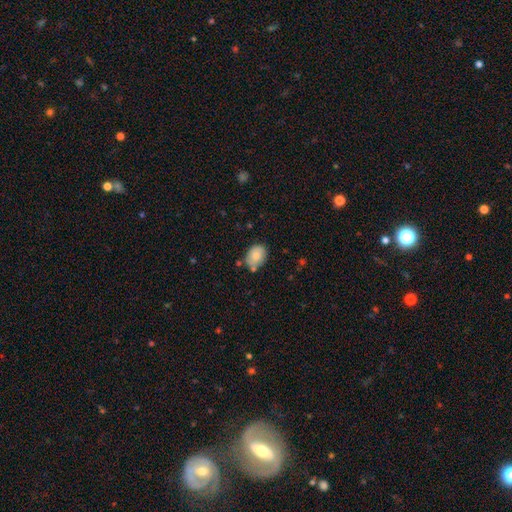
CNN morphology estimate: type=smooth (82%); roundness=in between (66%); merging=none (67%).